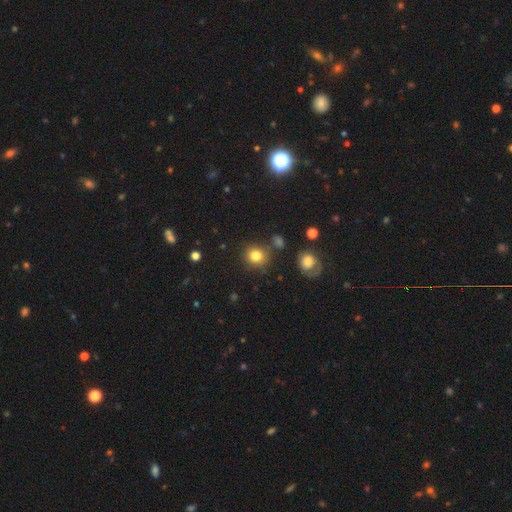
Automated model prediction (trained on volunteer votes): smooth 82%, star or artifact 12%, featured or disk 7%. Down the decision tree: how rounded — round (87%); merging — none (81%).